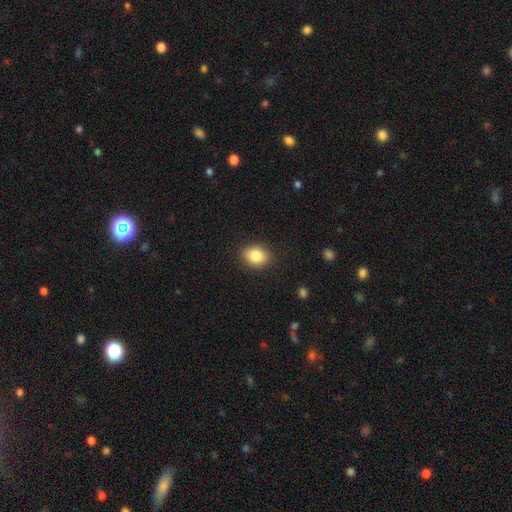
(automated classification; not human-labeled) Smooth or featured? smooth (84%)
How rounded? in between (54%)
Merging? none (89%)